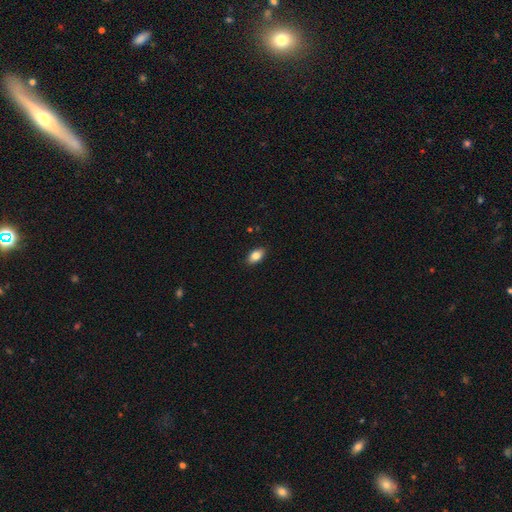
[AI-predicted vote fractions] Morphology: type=smooth (84%); roundness=in between (91%); merging=none (88%).